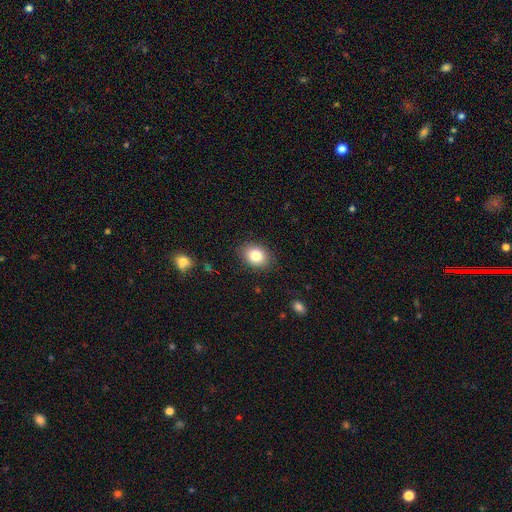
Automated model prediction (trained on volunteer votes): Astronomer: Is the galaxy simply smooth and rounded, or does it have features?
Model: smooth — 83%.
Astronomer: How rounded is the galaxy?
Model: in between — 63%.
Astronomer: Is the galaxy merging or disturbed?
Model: none — 86%.